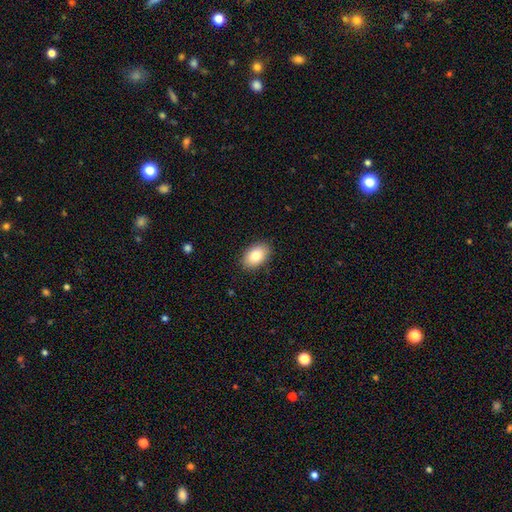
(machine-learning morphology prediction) Smooth or featured? Predicted: smooth (p=0.84). How rounded? Predicted: in between (p=0.91). Merging? Predicted: none (p=0.88).